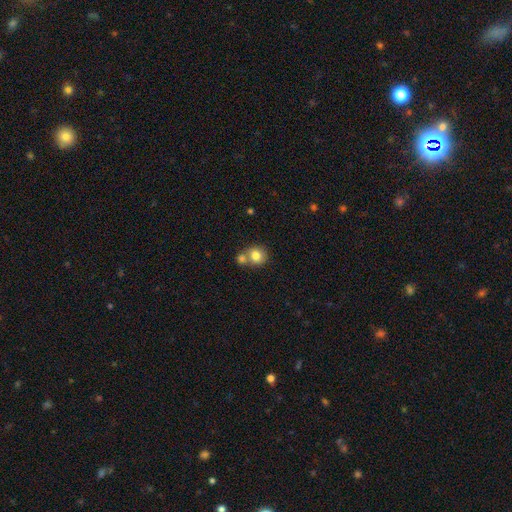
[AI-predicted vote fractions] Smooth or featured? smooth (81%)
How rounded? round (81%)
Merging? none (45%)